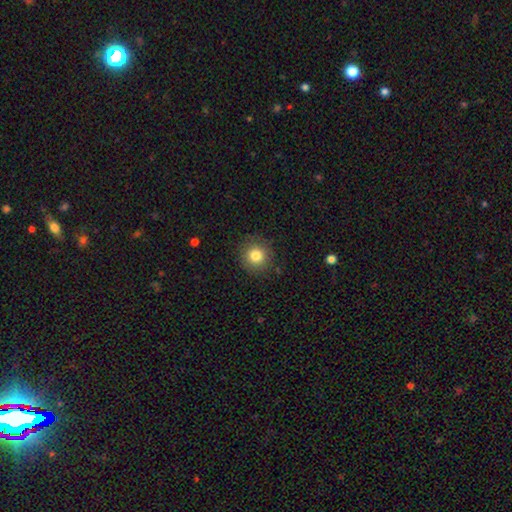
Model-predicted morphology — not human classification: Q: Smooth or featured?
A: smooth (81%); runner-up: star or artifact (11%)
Q: How rounded?
A: round (93%); runner-up: in between (6%)
Q: Merging?
A: none (88%); runner-up: minor disturbance (8%)